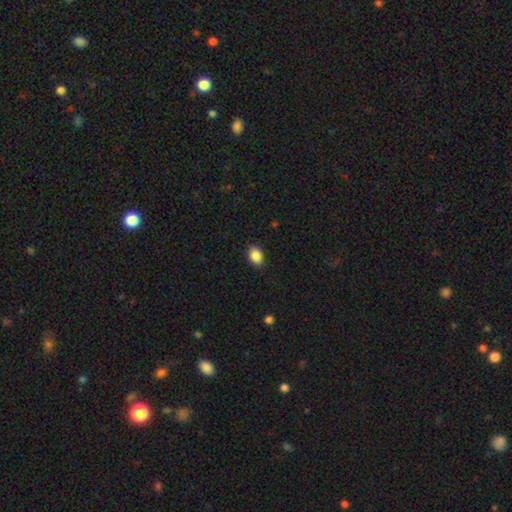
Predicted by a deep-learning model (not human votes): Morphology: type=smooth (88%); roundness=in between (78%); merging=none (88%).